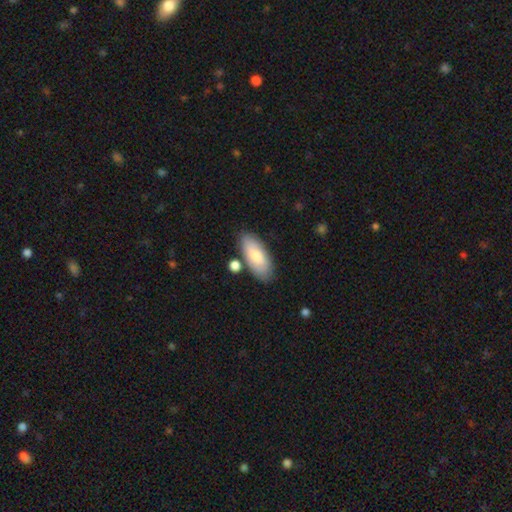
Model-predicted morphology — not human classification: Overall: smooth (75%). How rounded: in between (86%). Merging: none (77%).